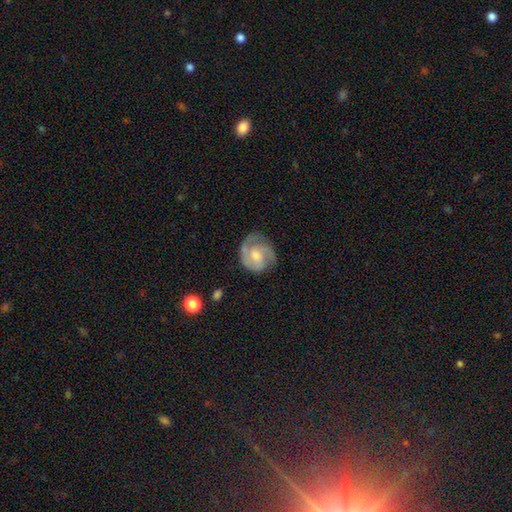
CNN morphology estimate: Smooth or featured?
  - featured or disk: 70% *
  - smooth: 24%
  - star or artifact: 6%
Edge-on disk?
  - no: 98% *
  - yes: 2%
Bar?
  - no: 59% *
  - weak: 35%
  - strong: 6%
Spiral arms?
  - yes: 92% *
  - no: 8%
Spiral winding?
  - medium: 43% * (tied)
  - tight: 43% * (tied)
  - loose: 14%
Spiral arm count?
  - 2: 50% *
  - 3: 19%
  - can't tell: 17%
  - 1: 9%
  - 4: 3%
  - more than 4: 3%
Bulge size?
  - moderate: 47% *
  - small: 37%
  - none: 8%
  - large: 7%
  - dominant: 1%
Merging?
  - none: 67% *
  - minor disturbance: 21%
  - major disturbance: 11%
  - merger: 2%